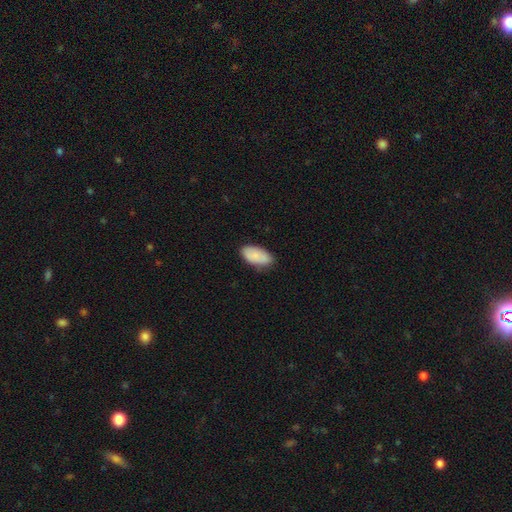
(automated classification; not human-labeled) Smooth or featured: smooth — 86% (featured or disk — 8%)
How rounded: in between — 95% (cigar-shaped — 3%)
Merging: none — 80% (minor disturbance — 16%)